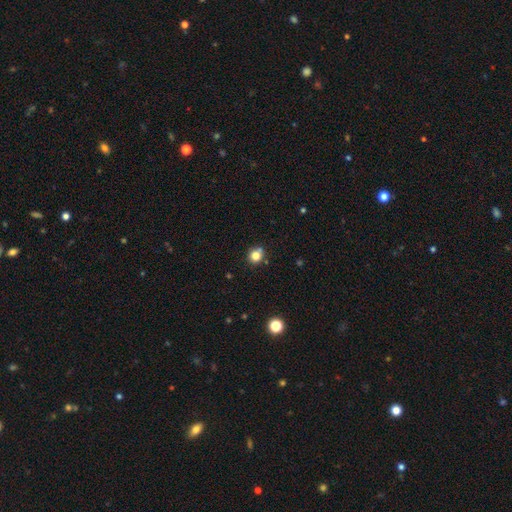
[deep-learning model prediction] Morphology: type=smooth (80%); roundness=round (87%); merging=none (74%).